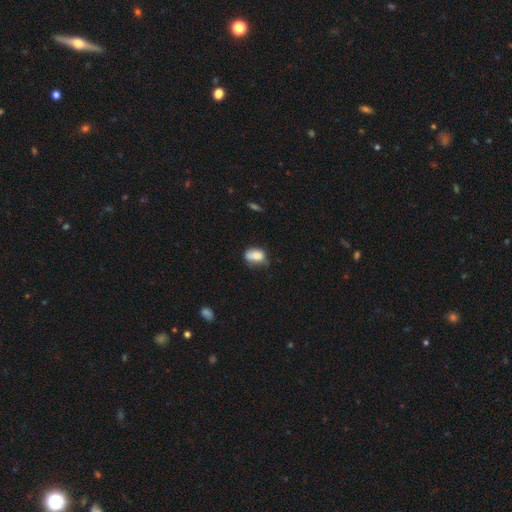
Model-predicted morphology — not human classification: Smooth or featured? smooth (76%)
How rounded? in between (81%)
Merging? none (39%)